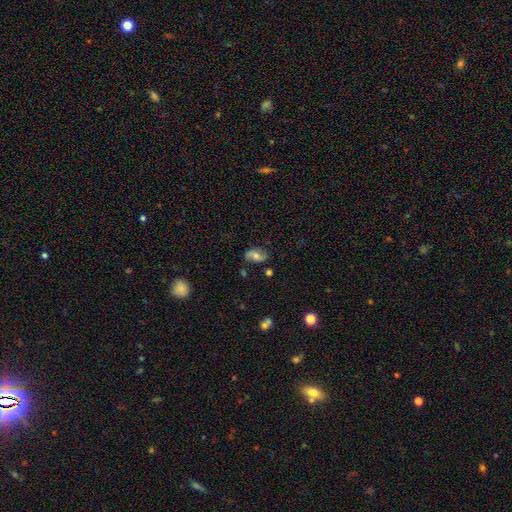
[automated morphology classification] The model was most divided on "bar": no: 48%, weak: 35%, strong: 17%. More confident: edge-on disk — no (95%); spiral arms — yes (84%); merging — none (77%); bulge size — moderate (66%); smooth or featured — featured or disk (56%).